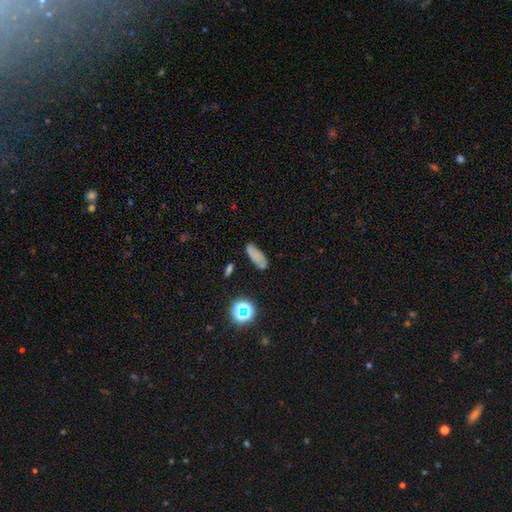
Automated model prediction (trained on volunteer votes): Morphology: type=smooth (69%); roundness=in between (72%); merging=none (66%).